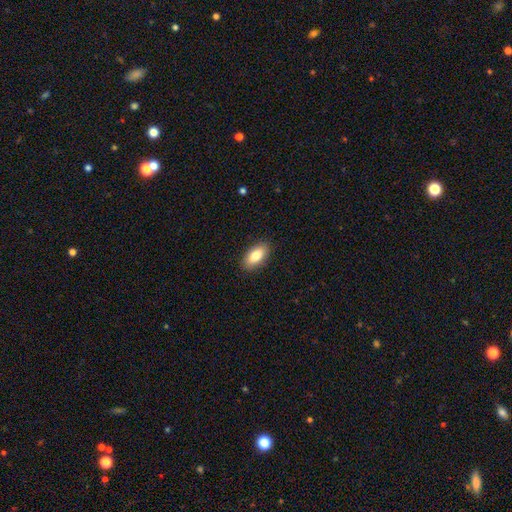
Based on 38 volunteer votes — A smooth galaxy with no disk features (74%) that is in between round and cigar-shaped (93%).

Vote fractions:
- Smooth or featured? smooth: 74% / featured or disk: 18% / star or artifact: 8%
- How rounded? in between: 93% / round: 4% / cigar-shaped: 4%
- Merging? none: 89% / minor disturbance: 6% / major disturbance: 3% / merger: 3%